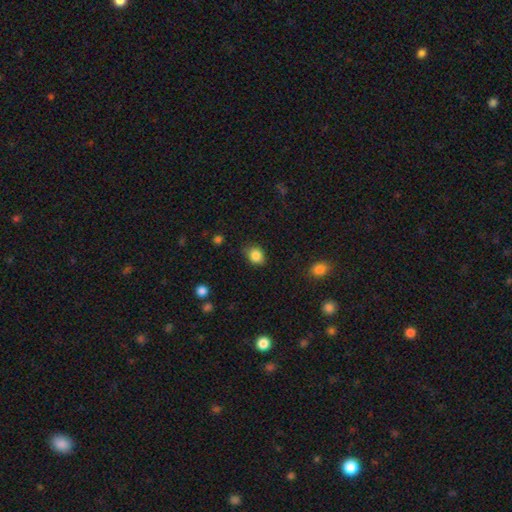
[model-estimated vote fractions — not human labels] smooth_or_featured: smooth (p=0.85) [alt: star or artifact p=0.10]
how_rounded: round (p=0.55) [alt: in between p=0.44]
merging: none (p=0.75) [alt: minor disturbance p=0.20]